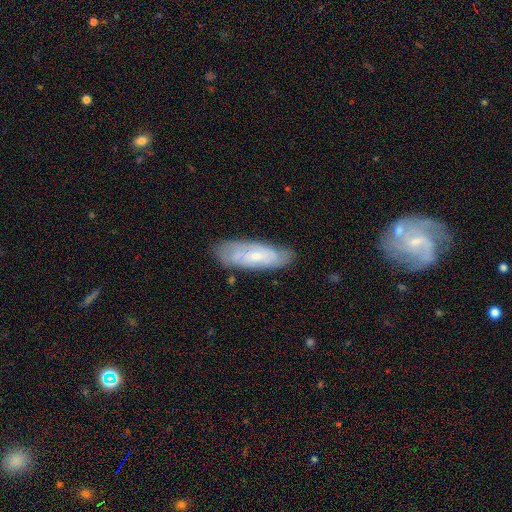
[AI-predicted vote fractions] Smooth or featured? Predicted: featured or disk (p=0.55). Edge-on disk? Predicted: no (p=0.80). Merging? Predicted: none (p=0.79).